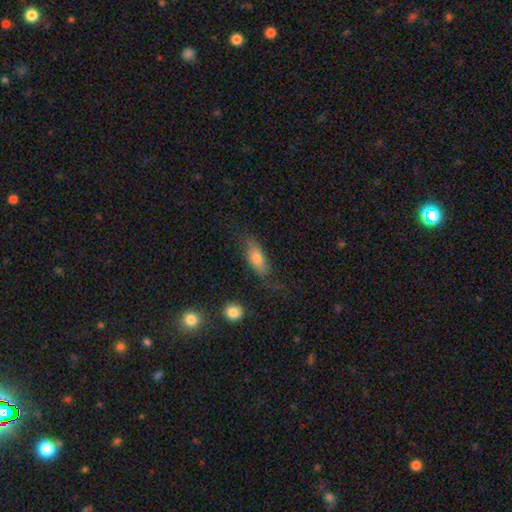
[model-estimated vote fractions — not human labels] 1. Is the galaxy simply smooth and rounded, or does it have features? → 67% smooth, 25% featured or disk, 8% star or artifact.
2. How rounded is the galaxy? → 69% in between, 27% cigar-shaped, 4% round.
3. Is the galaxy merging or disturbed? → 65% none, 23% minor disturbance, 11% major disturbance, 2% merger.